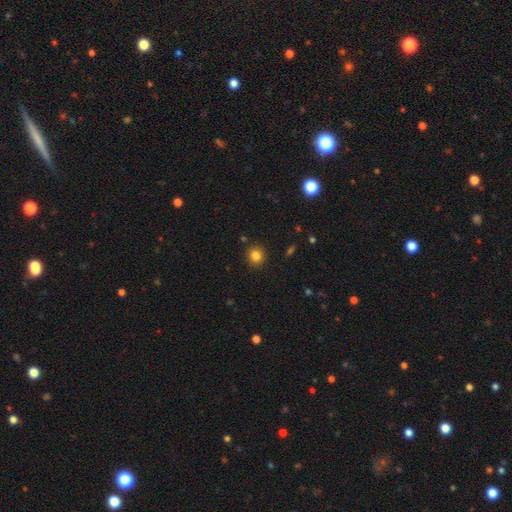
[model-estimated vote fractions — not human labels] Q: Smooth or featured?
A: smooth (83%); runner-up: star or artifact (12%)
Q: How rounded?
A: round (89%); runner-up: in between (10%)
Q: Merging?
A: none (90%); runner-up: minor disturbance (6%)